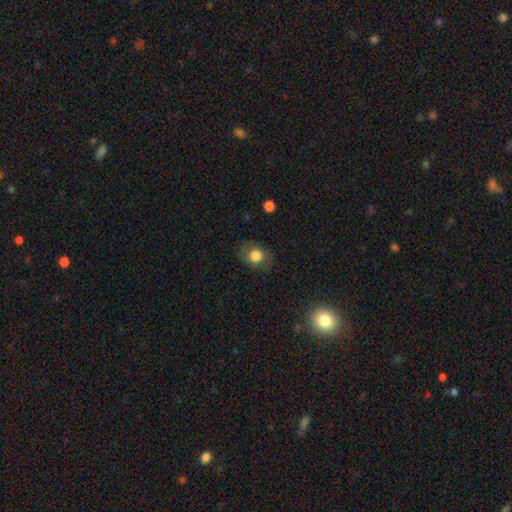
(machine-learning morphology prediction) Overall: smooth (77%). How rounded: in between (51%; round 48%). Merging: none (78%).